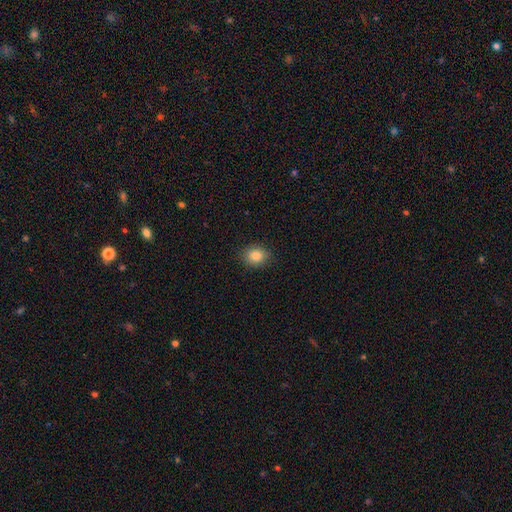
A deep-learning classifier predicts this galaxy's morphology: A smooth galaxy with no disk features (85%) that is round (60%). Merging: none (88%).